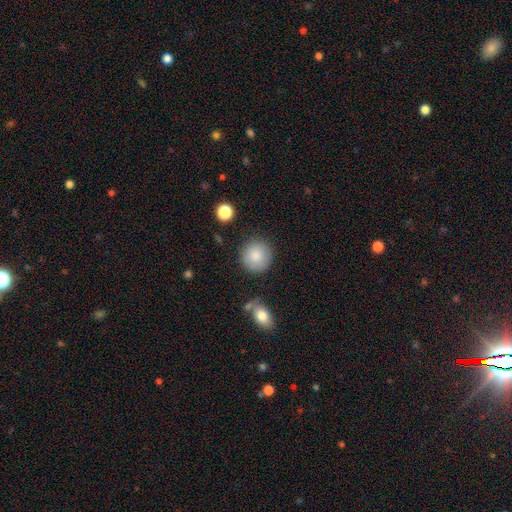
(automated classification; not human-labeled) smooth 86%, star or artifact 8%, featured or disk 7%. Down the decision tree: how rounded — round (93%); merging — none (84%).